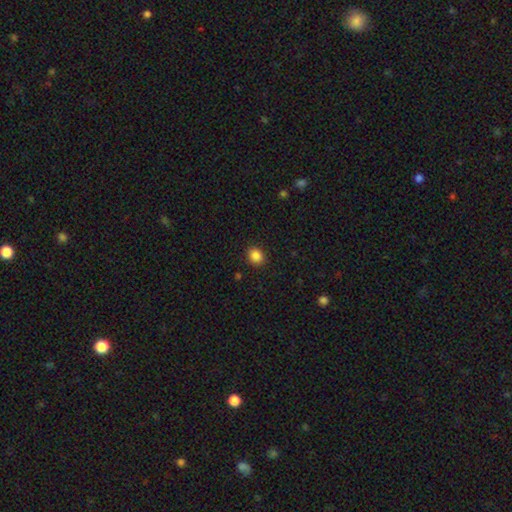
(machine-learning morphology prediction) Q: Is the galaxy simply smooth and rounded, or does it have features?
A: smooth — 86%.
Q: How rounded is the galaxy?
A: round — 68%.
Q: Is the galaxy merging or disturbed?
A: none — 90%.